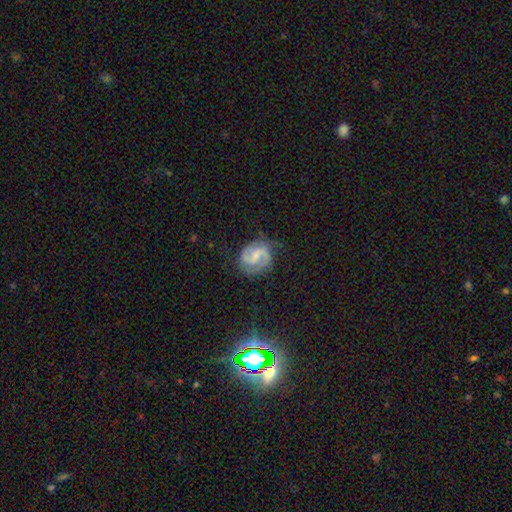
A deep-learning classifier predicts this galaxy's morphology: featured or disk 80%, smooth 14%, star or artifact 6%. Down the decision tree: edge-on disk — no (98%); bar — weak (56%); spiral arms — yes (94%); spiral arm count — 2 (88%); spiral winding — medium (52%); bulge size — small (43%); merging — none (69%).